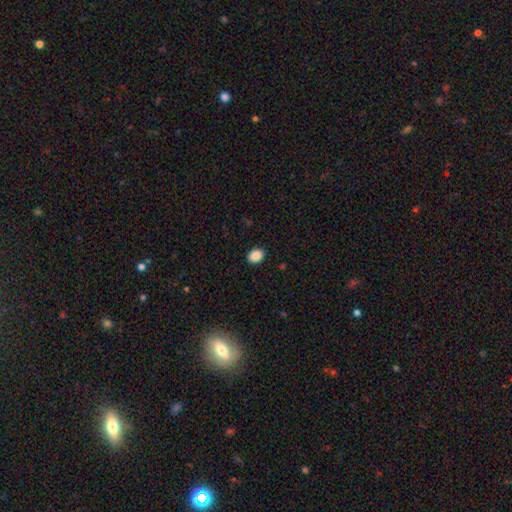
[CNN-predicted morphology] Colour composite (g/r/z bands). It shows a smooth galaxy with no disk features (88%) that is in between round and cigar-shaped (55%). Merging: none (91%).